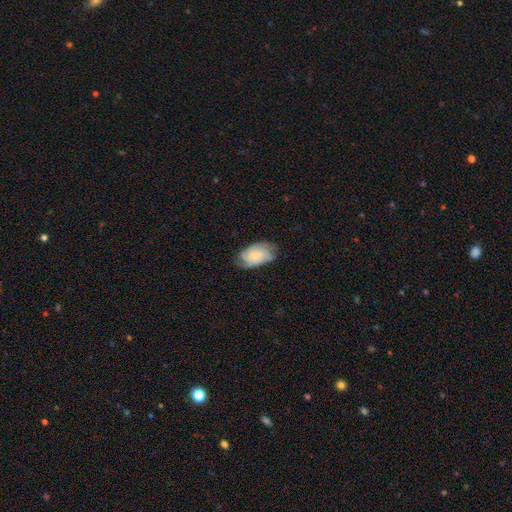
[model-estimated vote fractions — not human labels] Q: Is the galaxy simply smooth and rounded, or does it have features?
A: featured or disk — 46%, tied with smooth.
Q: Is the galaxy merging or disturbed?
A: none — 60%.